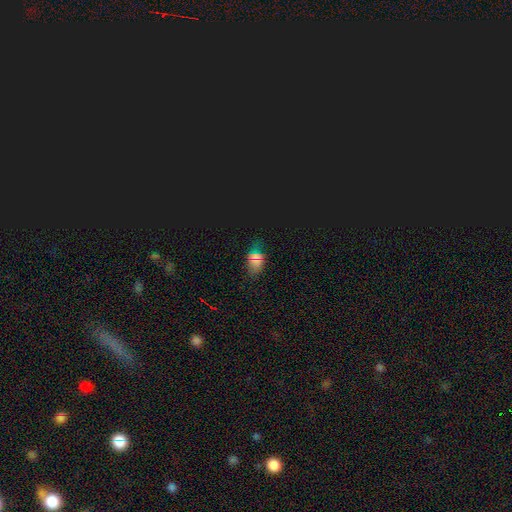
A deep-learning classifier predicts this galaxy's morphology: Overall: smooth (46%; star or artifact 44%). Merging: none (75%).